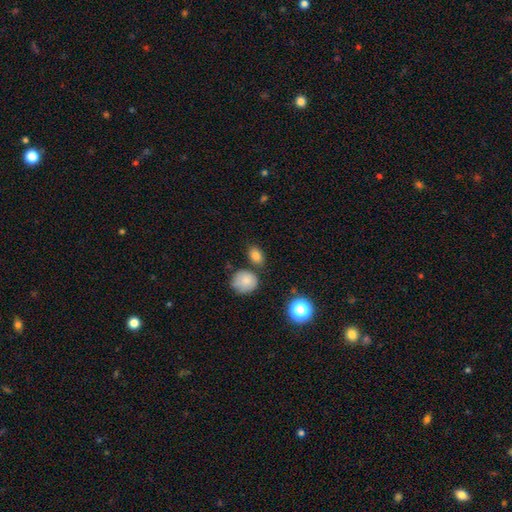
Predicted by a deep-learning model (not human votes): Overall: smooth (83%). How rounded: in between (71%). Merging: none (71%).